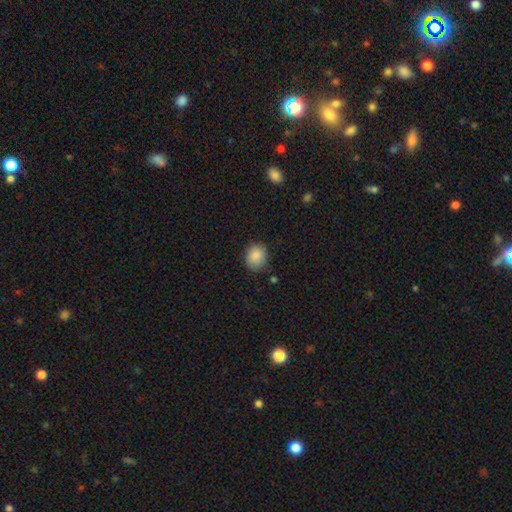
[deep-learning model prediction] Q: Smooth or featured?
A: smooth (87%); runner-up: star or artifact (8%)
Q: How rounded?
A: round (65%); runner-up: in between (34%)
Q: Merging?
A: none (77%); runner-up: minor disturbance (17%)